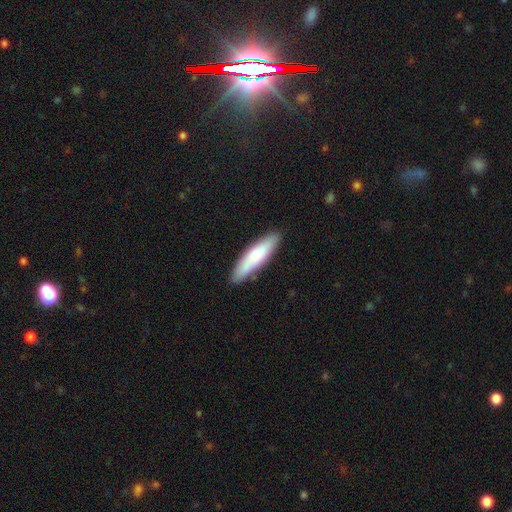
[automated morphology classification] Overall: smooth (74%). How rounded: cigar-shaped (75%). Merging: none (86%).